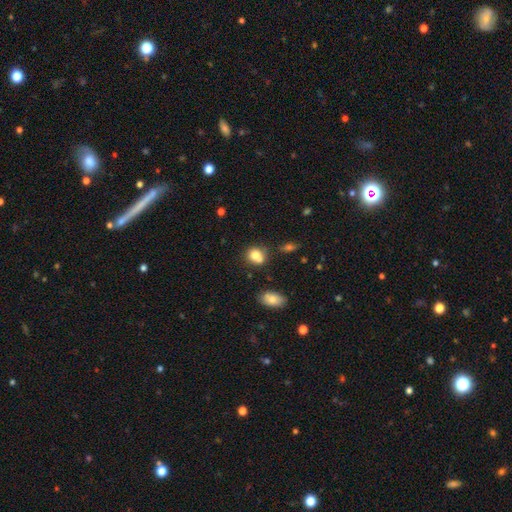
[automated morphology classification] This is likely a smooth galaxy (78%). How rounded: likely round (64%). Merging: possibly none (51%).